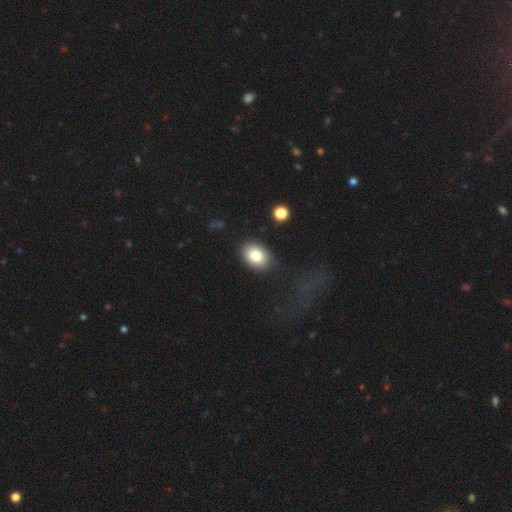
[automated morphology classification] Q: Smooth or featured?
A: smooth (83%); runner-up: featured or disk (8%)
Q: How rounded?
A: in between (72%); runner-up: round (27%)
Q: Merging?
A: none (82%); runner-up: minor disturbance (12%)